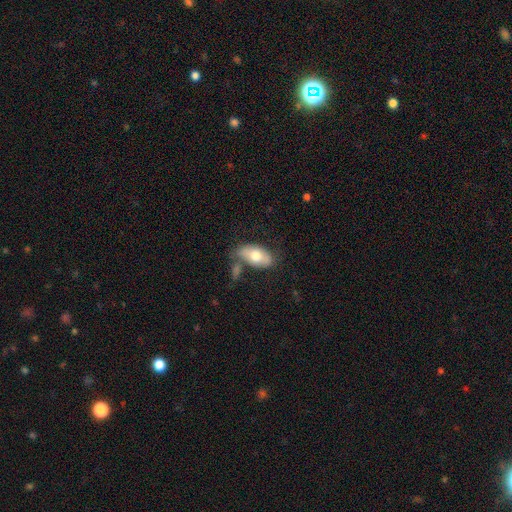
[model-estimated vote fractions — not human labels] Q: Smooth or featured?
A: smooth (67%); runner-up: featured or disk (27%)
Q: How rounded?
A: in between (93%); runner-up: round (4%)
Q: Merging?
A: none (58%); runner-up: minor disturbance (20%)